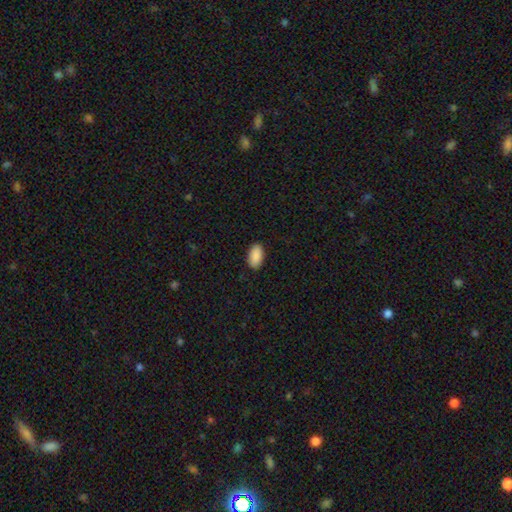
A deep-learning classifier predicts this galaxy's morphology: Smooth or featured: smooth — 91% (star or artifact — 6%)
How rounded: in between — 95% (round — 3%)
Merging: none — 90% (minor disturbance — 7%)